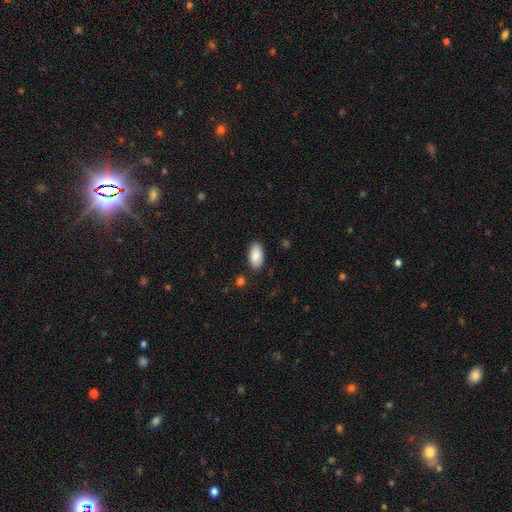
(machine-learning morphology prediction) smooth_or_featured: smooth (p=0.88) [alt: star or artifact p=0.06]
how_rounded: in between (p=0.94) [alt: cigar-shaped p=0.04]
merging: none (p=0.87) [alt: minor disturbance p=0.09]